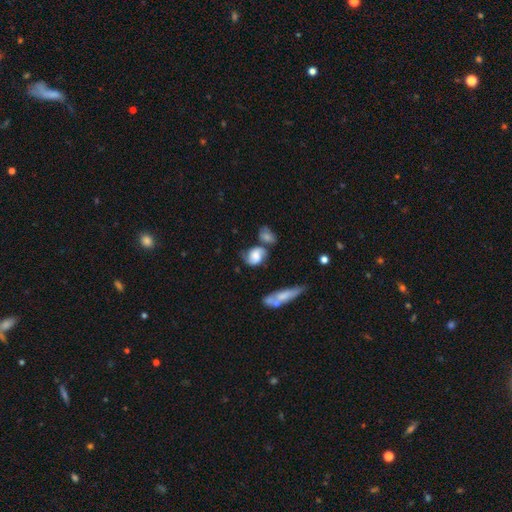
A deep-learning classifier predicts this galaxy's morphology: smooth_or_featured: smooth (p=0.46) [alt: featured or disk p=0.45]
merging: none (p=0.43) [alt: minor disturbance p=0.24]